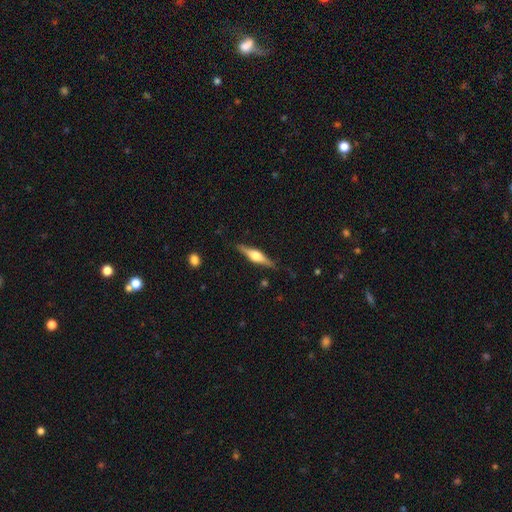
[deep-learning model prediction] This is likely a featured or disk galaxy (68%). It is clearly viewed edge-on (97%). Edge-on bulge: clearly rounded (91%). Merging: clearly none (86%).